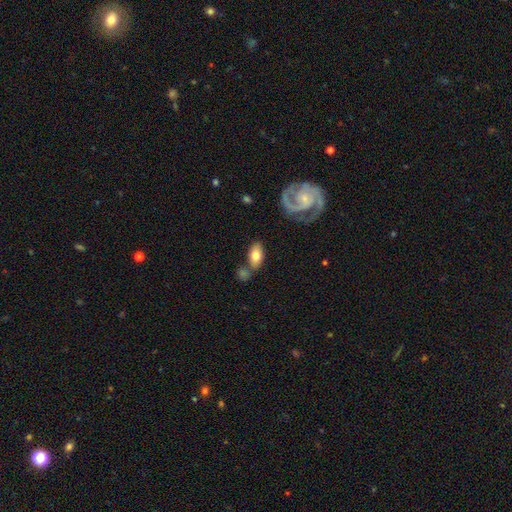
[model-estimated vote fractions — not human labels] Q: Smooth or featured?
A: smooth (69%); runner-up: featured or disk (25%)
Q: How rounded?
A: in between (91%); runner-up: round (5%)
Q: Merging?
A: none (64%); runner-up: minor disturbance (15%)